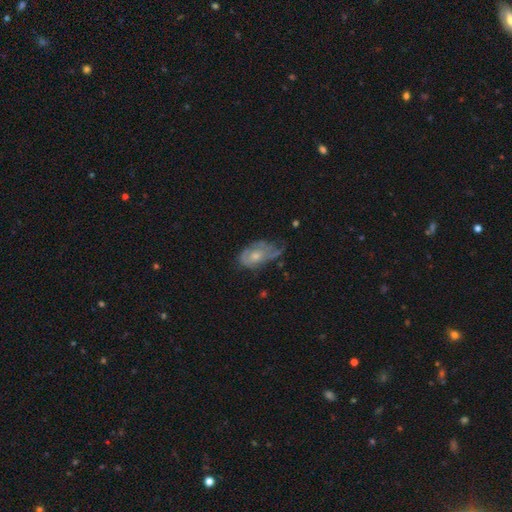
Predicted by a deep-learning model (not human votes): Morphology: type=featured or disk (53%); edge-on=no (94%); merging=minor disturbance (37%).